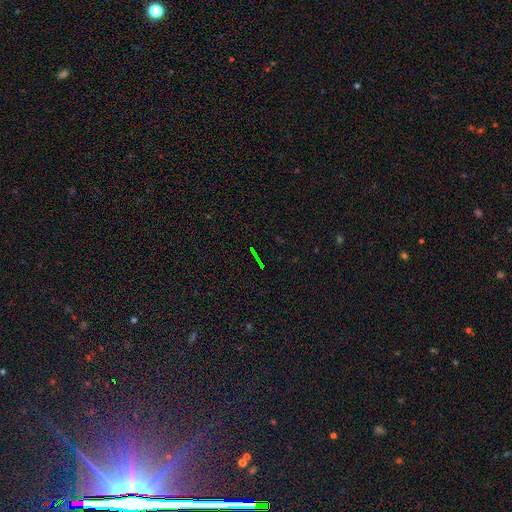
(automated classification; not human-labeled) Smooth or featured? Predicted: star or artifact (p=0.68).